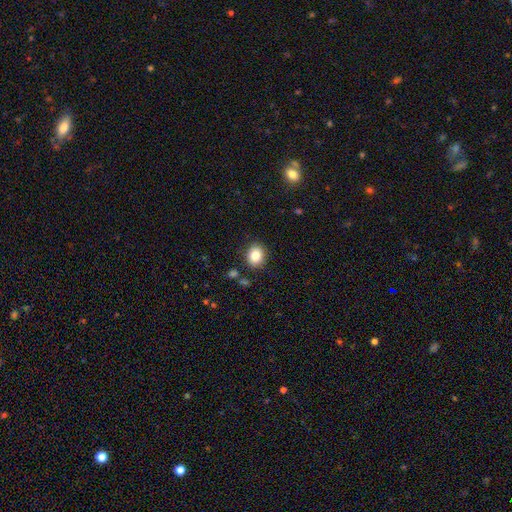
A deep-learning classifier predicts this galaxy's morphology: A smooth galaxy with no disk features (85%) that is round (55%).

Vote fractions:
- Smooth or featured? smooth: 85% / star or artifact: 9% / featured or disk: 6%
- How rounded? round: 55% / in between: 44% / cigar-shaped: 1%
- Merging? none: 86% / minor disturbance: 9% / major disturbance: 3% / merger: 3%